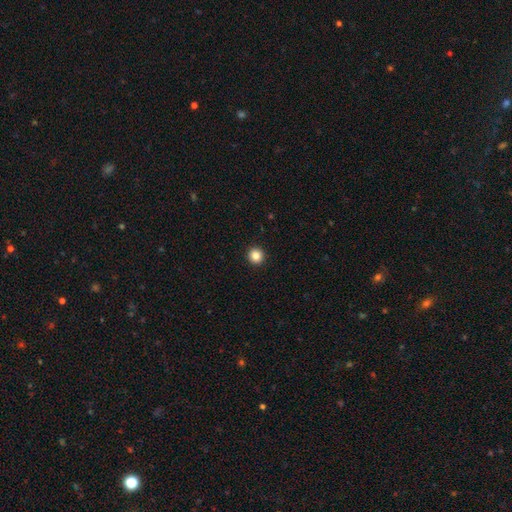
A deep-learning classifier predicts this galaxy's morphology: This is clearly a smooth galaxy (86%). How rounded: clearly round (95%). Merging: clearly none (94%).